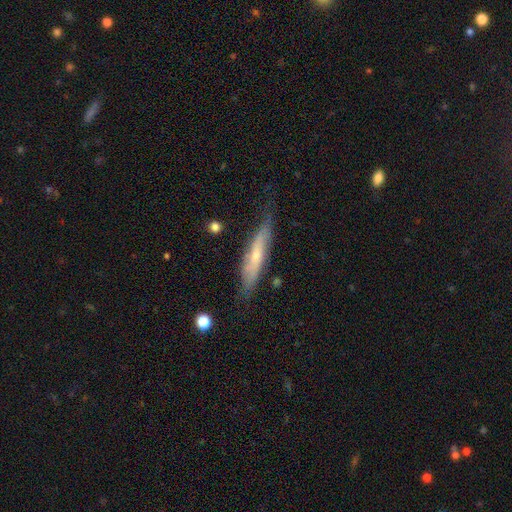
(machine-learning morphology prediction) A featured or disk galaxy (47%, tied with smooth). Merging: none (70%).